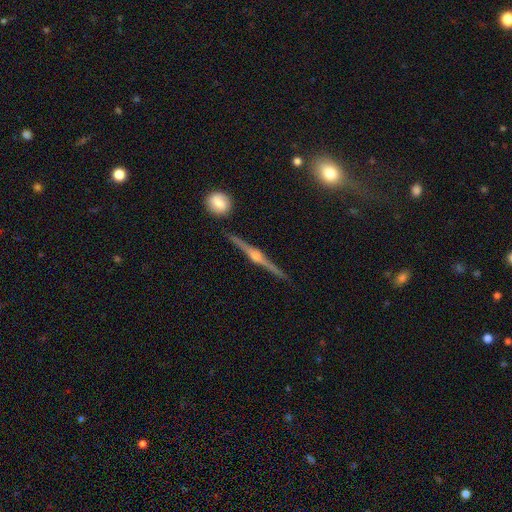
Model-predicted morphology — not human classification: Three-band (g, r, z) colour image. It shows a featured or disk galaxy (88%) viewed edge-on (98%) with a rounded central bulge (90%). Merging: none (90%).